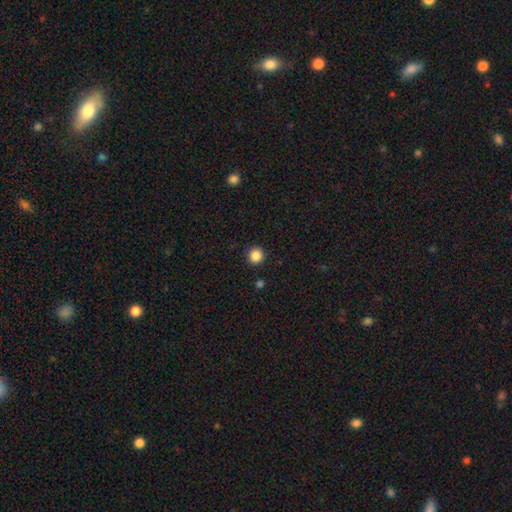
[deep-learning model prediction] smooth_or_featured: smooth (p=0.86) [alt: star or artifact p=0.11]
how_rounded: round (p=0.94) [alt: in between p=0.05]
merging: none (p=0.91) [alt: minor disturbance p=0.06]